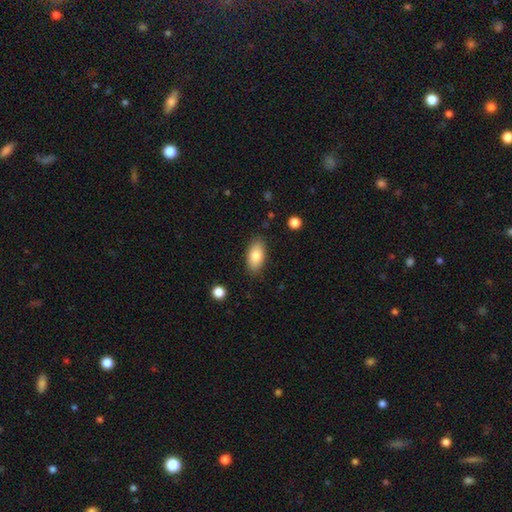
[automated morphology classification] This appears to be a smooth galaxy with no disk features (82%) that is in between round and cigar-shaped (92%). Merging: none (84%).